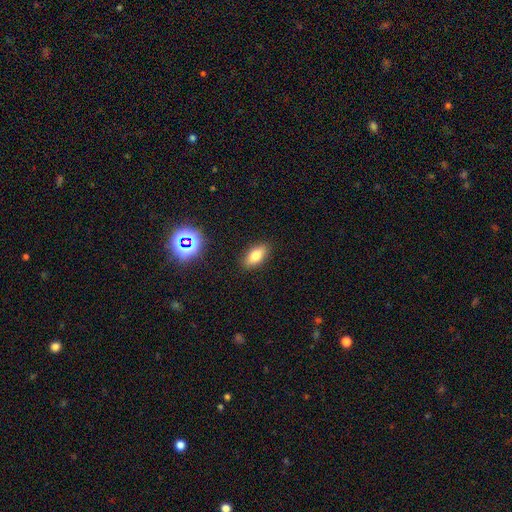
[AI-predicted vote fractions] Smooth or featured: smooth — 76% (featured or disk — 13%)
How rounded: in between — 84% (cigar-shaped — 12%)
Merging: none — 88% (minor disturbance — 9%)